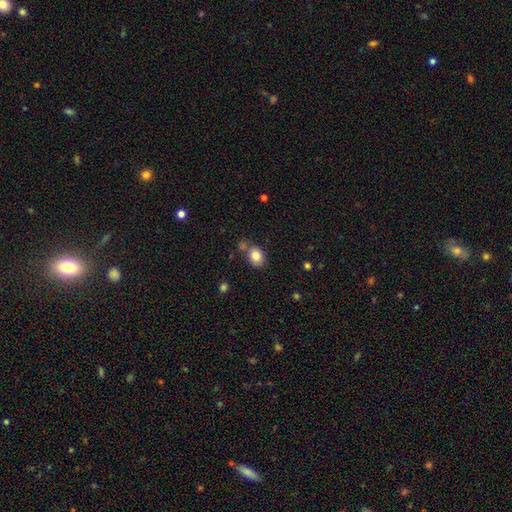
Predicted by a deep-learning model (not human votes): Q: Smooth or featured?
A: smooth (83%); runner-up: star or artifact (9%)
Q: How rounded?
A: in between (56%); runner-up: round (44%)
Q: Merging?
A: none (69%); runner-up: minor disturbance (14%)